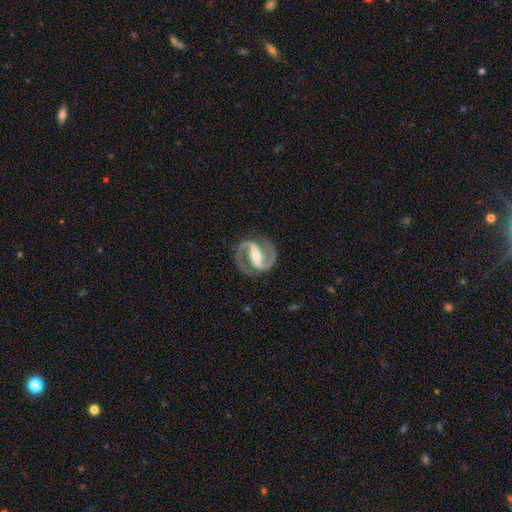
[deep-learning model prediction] This is clearly a featured or disk galaxy (94%). It is clearly not viewed edge-on (98%). Bar: likely strong (69%). Spiral arm pattern: clearly yes (98%). Spiral arm count: clearly 2 (95%). Spiral winding: likely medium (63%). Central bulge: possibly moderate (56%). Merging: clearly none (86%).